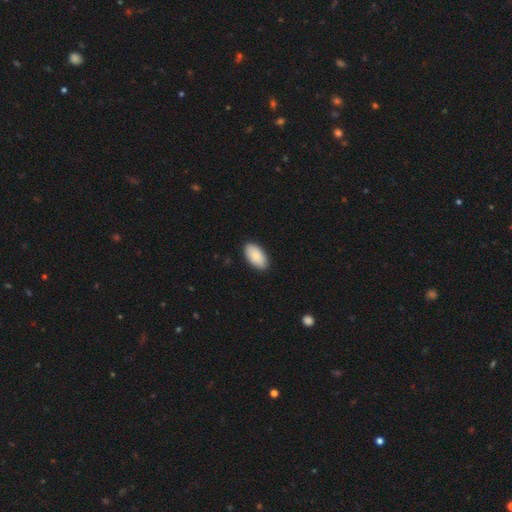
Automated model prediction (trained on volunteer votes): smooth_or_featured: smooth (p=0.89) [alt: star or artifact p=0.06]
how_rounded: in between (p=0.96) [alt: round p=0.02]
merging: none (p=0.88) [alt: minor disturbance p=0.09]